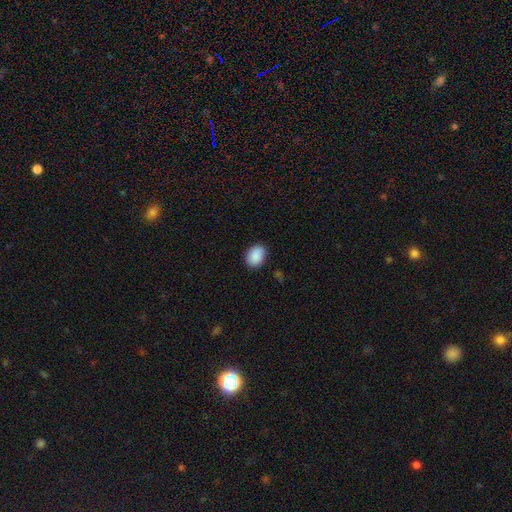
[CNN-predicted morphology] Smooth or featured? smooth (90%)
How rounded? in between (74%)
Merging? none (85%)